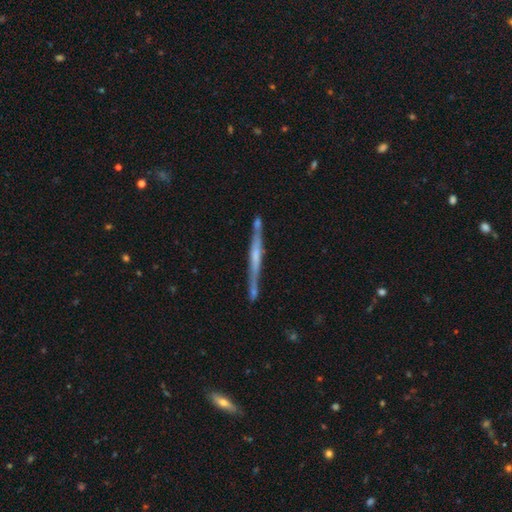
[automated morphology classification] featured or disk 69%, smooth 25%, star or artifact 6%. Down the decision tree: edge-on disk — yes (97%); edge-on bulge — none (46%); merging — none (78%).